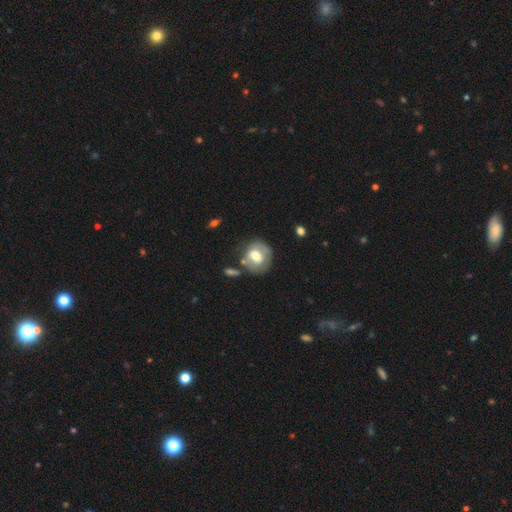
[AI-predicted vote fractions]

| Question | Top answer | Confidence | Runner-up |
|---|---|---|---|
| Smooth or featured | smooth | 51% | featured or disk (42%) |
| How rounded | round | 67% | in between (32%) |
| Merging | none | 58% | minor disturbance (22%) |